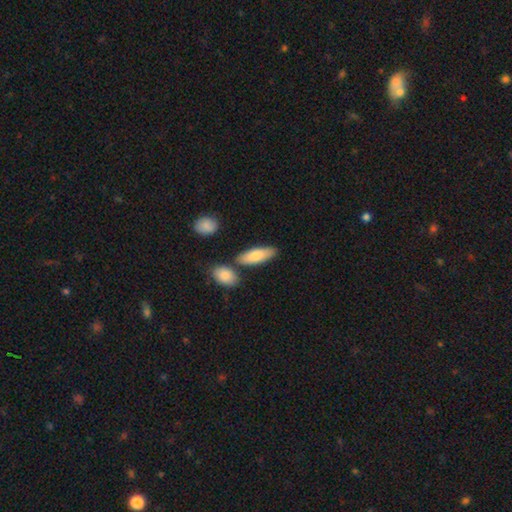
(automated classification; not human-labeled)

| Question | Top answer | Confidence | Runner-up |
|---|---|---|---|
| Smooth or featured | smooth | 80% | featured or disk (15%) |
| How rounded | in between | 65% | cigar-shaped (32%) |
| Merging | none | 75% | minor disturbance (12%) |